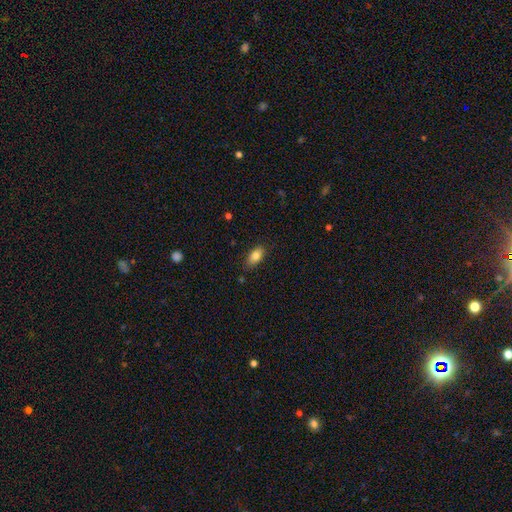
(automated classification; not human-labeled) Smooth or featured: smooth — 84% (featured or disk — 8%)
How rounded: in between — 90% (round — 5%)
Merging: none — 84% (minor disturbance — 12%)